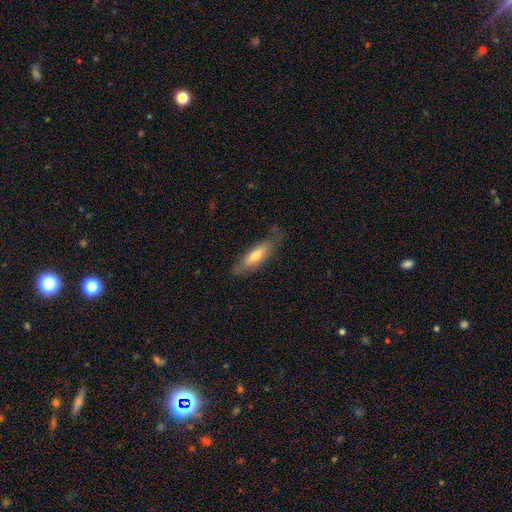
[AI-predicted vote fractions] Overall: smooth (61%; featured or disk 34%). How rounded: cigar-shaped (60%; in between 38%). Merging: none (74%).